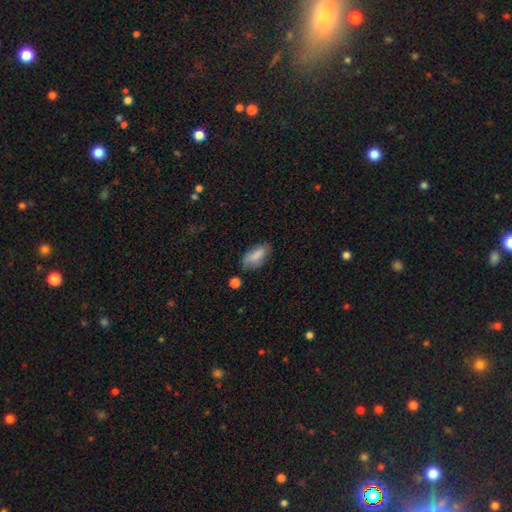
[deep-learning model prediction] Overall: smooth (83%). How rounded: in between (86%). Merging: none (67%).